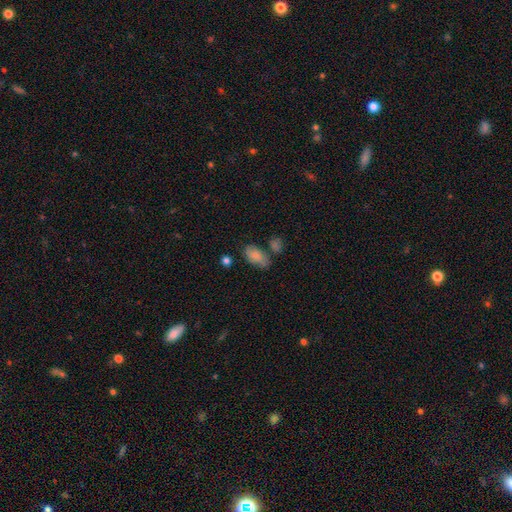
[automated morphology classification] smooth 81%, featured or disk 11%, star or artifact 8%. Down the decision tree: how rounded — in between (92%); merging — none (54%).